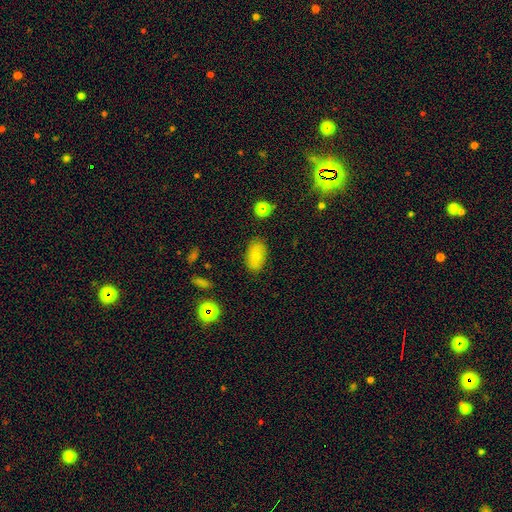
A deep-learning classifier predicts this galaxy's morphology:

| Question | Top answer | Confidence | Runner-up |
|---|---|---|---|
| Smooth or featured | smooth | 76% | featured or disk (14%) |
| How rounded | in between | 91% | round (8%) |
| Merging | none | 84% | minor disturbance (12%) |